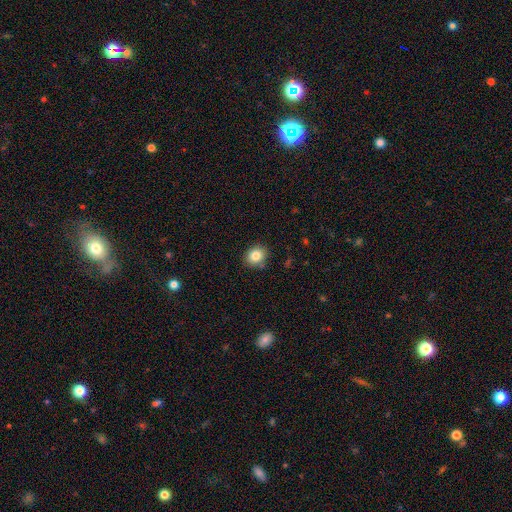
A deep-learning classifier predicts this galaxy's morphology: smooth 83%, star or artifact 10%, featured or disk 7%. Down the decision tree: how rounded — round (63%); merging — none (86%).